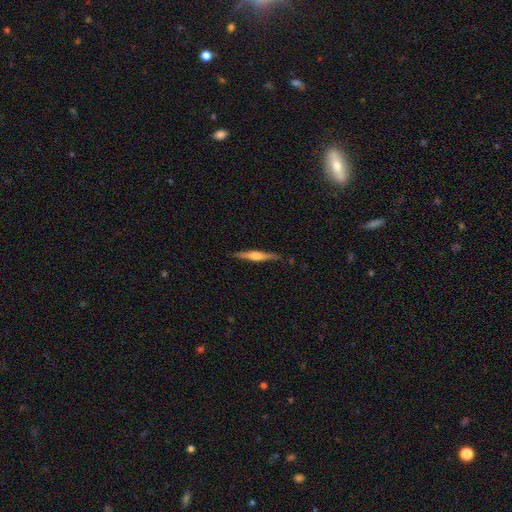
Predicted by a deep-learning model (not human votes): smooth_or_featured: featured or disk (p=0.70) [alt: smooth p=0.24]
disk_edge_on: yes (p=0.98) [alt: no p=0.02]
edge_on_bulge: rounded (p=0.73) [alt: boxy p=0.20]
merging: none (p=0.89) [alt: minor disturbance p=0.08]